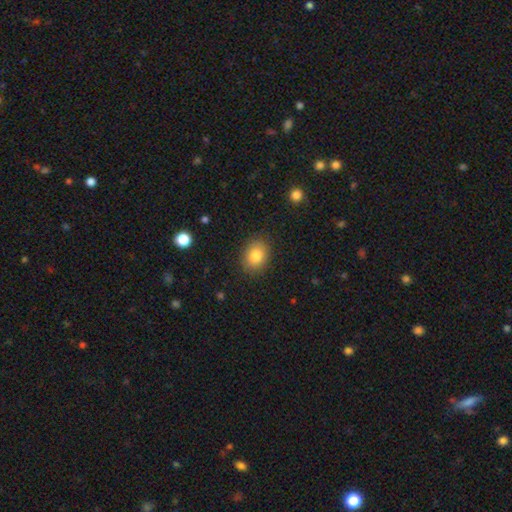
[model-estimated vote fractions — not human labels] This appears to be a smooth galaxy with no disk features (82%) that is in between round and cigar-shaped (59%). Merging: none (86%).